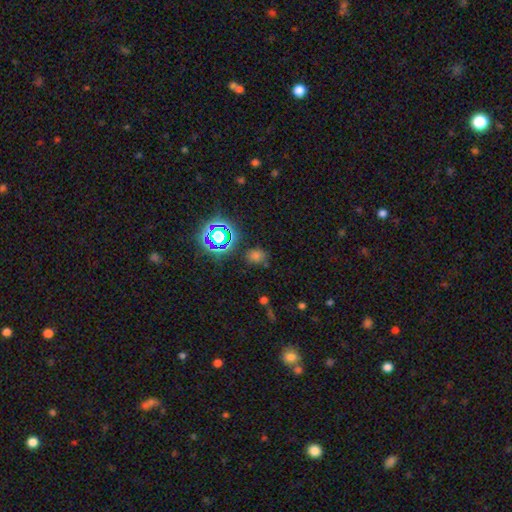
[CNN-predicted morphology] Smooth or featured? smooth (53%)
How rounded? round (65%)
Merging? none (79%)